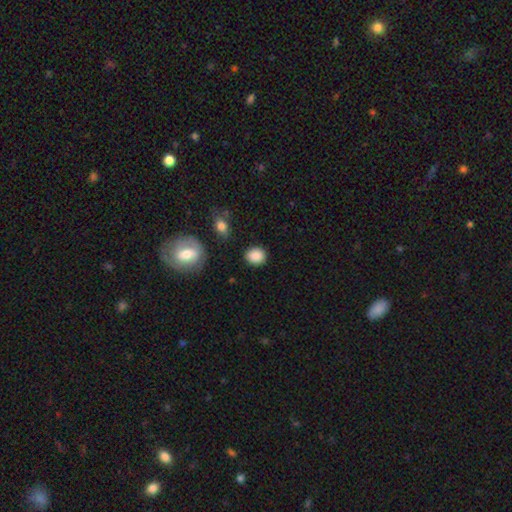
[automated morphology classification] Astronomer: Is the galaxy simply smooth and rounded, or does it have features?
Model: smooth — 88%.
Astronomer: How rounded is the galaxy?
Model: round — 73%.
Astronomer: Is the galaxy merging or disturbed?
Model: none — 86%.